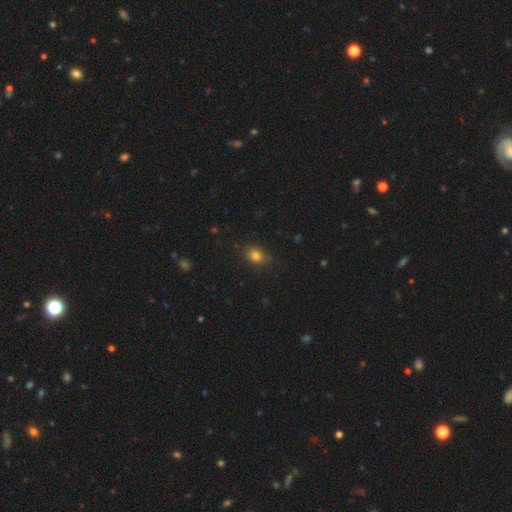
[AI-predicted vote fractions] Smooth or featured? Predicted: smooth (p=0.81). How rounded? Predicted: in between (p=0.59). Merging? Predicted: none (p=0.82).